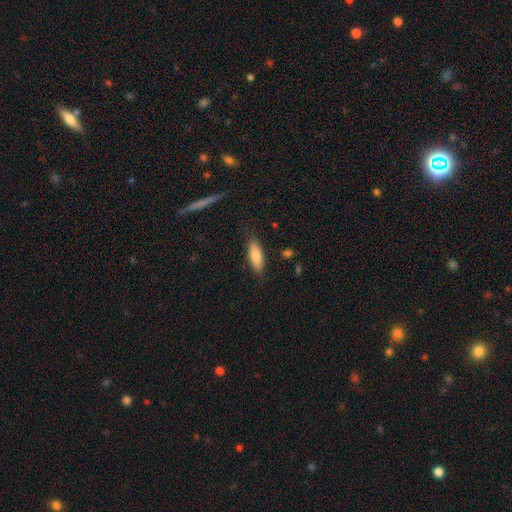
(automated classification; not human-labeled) Q: Smooth or featured?
A: smooth (84%); runner-up: featured or disk (10%)
Q: How rounded?
A: in between (64%); runner-up: cigar-shaped (34%)
Q: Merging?
A: none (83%); runner-up: minor disturbance (12%)